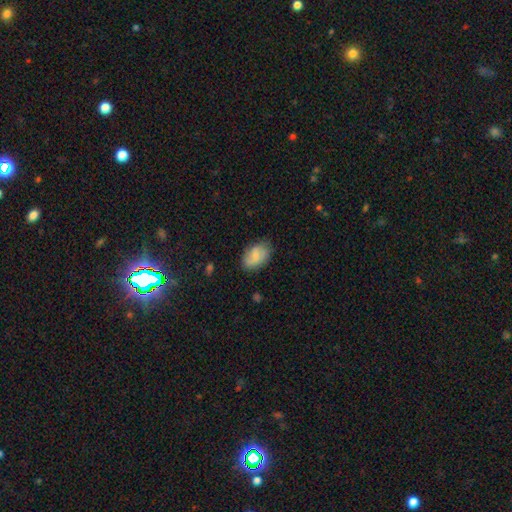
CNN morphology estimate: smooth_or_featured: smooth (p=0.60) [alt: featured or disk p=0.33]
how_rounded: in between (p=0.88) [alt: round p=0.10]
merging: none (p=0.77) [alt: minor disturbance p=0.17]